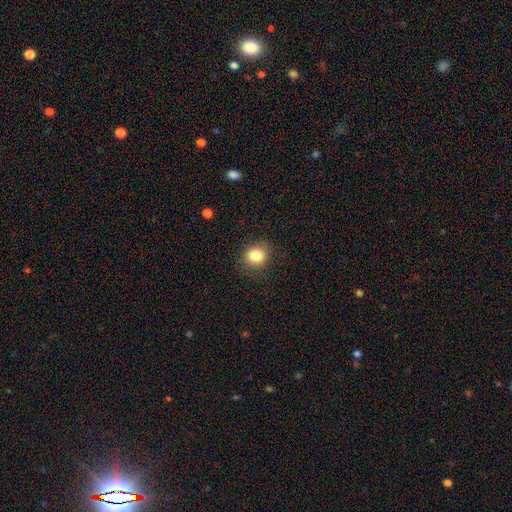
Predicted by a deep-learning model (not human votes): This is clearly a smooth galaxy (84%). How rounded: likely round (77%). Merging: clearly none (86%).